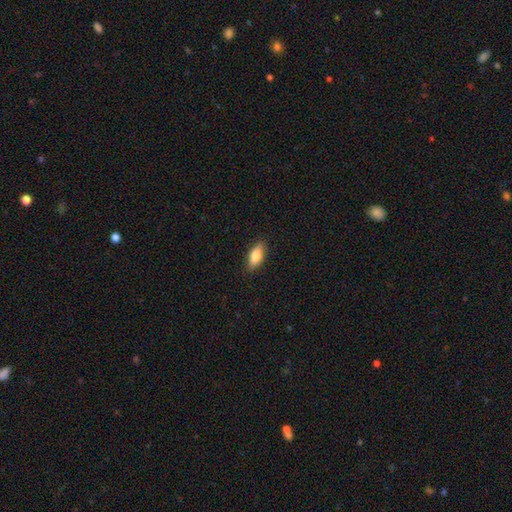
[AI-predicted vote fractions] A smooth galaxy with no disk features (81%) that is in between round and cigar-shaped (79%). Merging: none (87%).